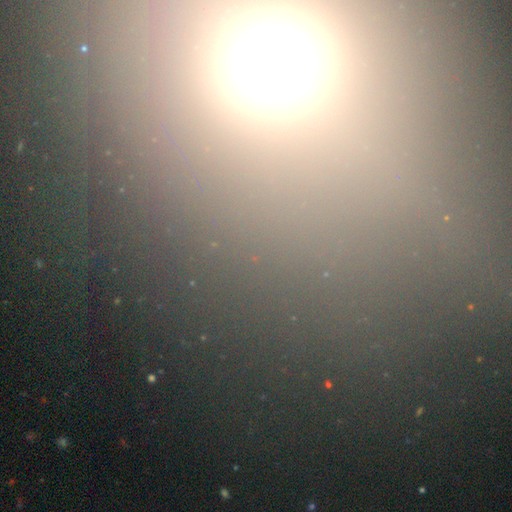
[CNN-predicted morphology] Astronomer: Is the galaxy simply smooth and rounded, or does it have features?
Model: star or artifact — 55% (runner-up: smooth, 33%).